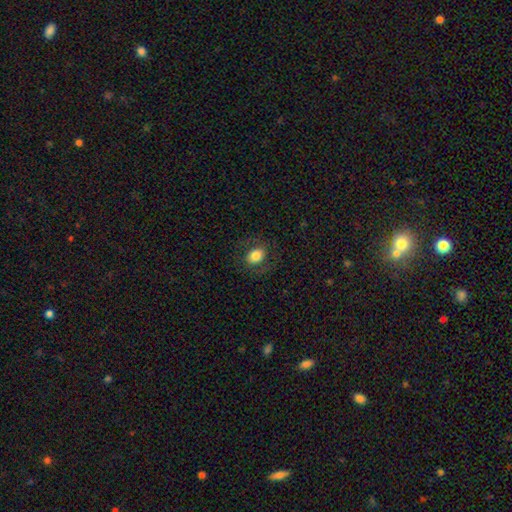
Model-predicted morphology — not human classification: Smooth or featured?
  - smooth: 78% *
  - featured or disk: 14%
  - star or artifact: 9%
How rounded?
  - in between: 62% *
  - round: 37%
  - cigar-shaped: 1%
Merging?
  - none: 80% *
  - minor disturbance: 12%
  - major disturbance: 7%
  - merger: 1%